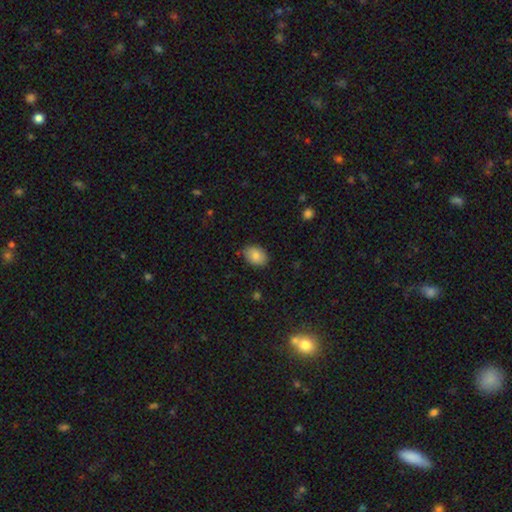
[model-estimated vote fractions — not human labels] This appears to be a smooth galaxy with no disk features (84%) that is in between round and cigar-shaped (75%). Merging: none (82%).